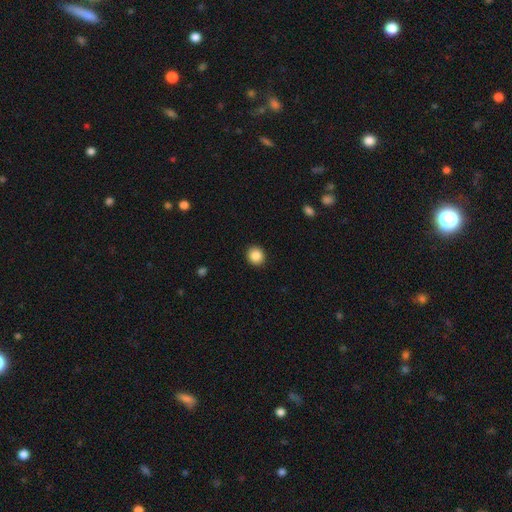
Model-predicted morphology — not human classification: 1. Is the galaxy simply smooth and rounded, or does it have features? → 88% smooth, 9% star or artifact, 3% featured or disk.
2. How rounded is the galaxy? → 87% round, 12% in between, 1% cigar-shaped.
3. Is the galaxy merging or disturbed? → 92% none, 6% minor disturbance, 2% major disturbance, 1% merger.